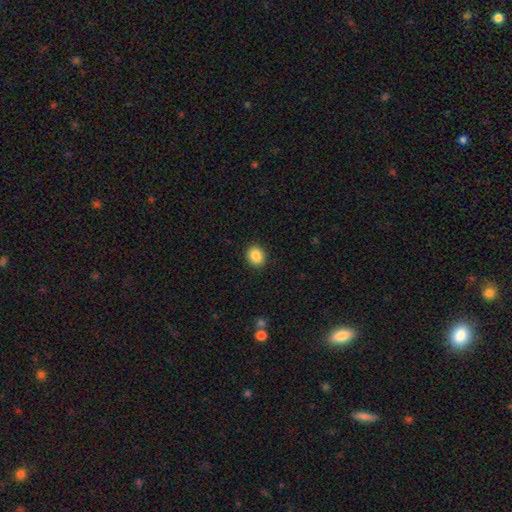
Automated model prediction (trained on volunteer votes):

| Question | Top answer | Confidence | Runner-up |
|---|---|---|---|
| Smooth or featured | smooth | 87% | star or artifact (9%) |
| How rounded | round | 64% | in between (35%) |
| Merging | none | 91% | minor disturbance (6%) |